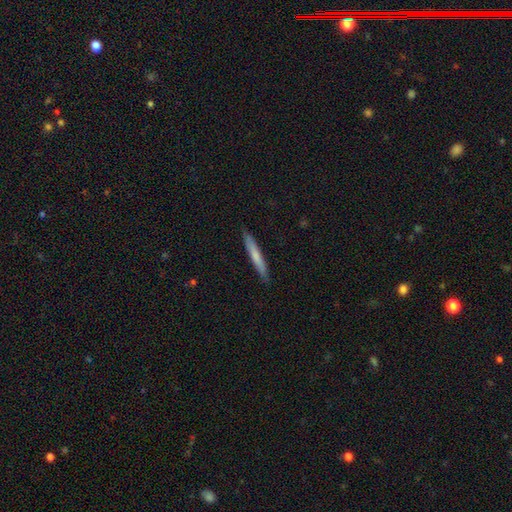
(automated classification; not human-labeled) This is likely a smooth galaxy (68%). How rounded: clearly cigar-shaped (95%). Merging: clearly none (89%).